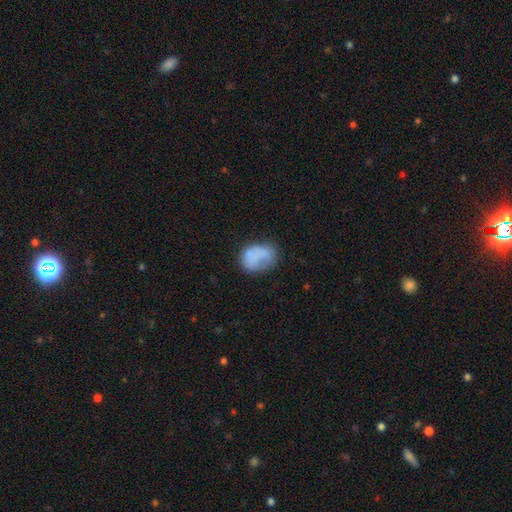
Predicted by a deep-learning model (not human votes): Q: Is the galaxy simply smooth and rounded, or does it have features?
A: smooth — 73%.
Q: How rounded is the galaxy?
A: in between — 71%.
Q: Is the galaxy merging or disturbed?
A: none — 43%.